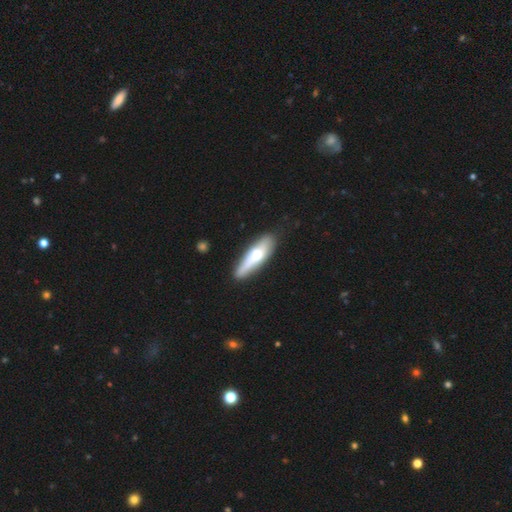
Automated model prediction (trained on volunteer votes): A smooth galaxy with no disk features (60%) that is cigar-shaped (67%).

Vote fractions:
- Smooth or featured? smooth: 60% / featured or disk: 35% / star or artifact: 6%
- How rounded? cigar-shaped: 67% / in between: 31% / round: 2%
- Merging? none: 70% / minor disturbance: 21% / major disturbance: 5% / merger: 4%